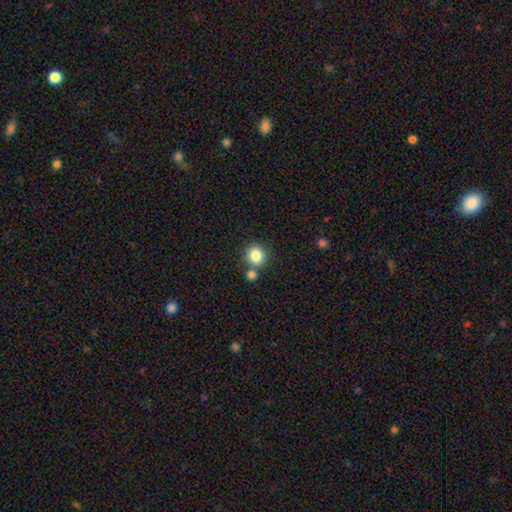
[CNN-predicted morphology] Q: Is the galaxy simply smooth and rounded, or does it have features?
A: smooth — 84%.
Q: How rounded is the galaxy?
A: round — 87%.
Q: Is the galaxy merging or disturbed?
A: none — 67%.